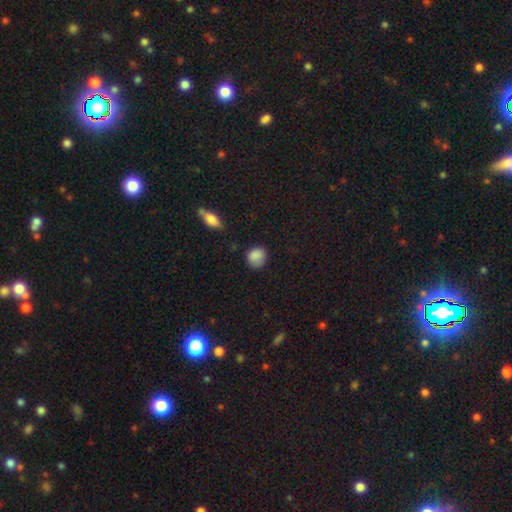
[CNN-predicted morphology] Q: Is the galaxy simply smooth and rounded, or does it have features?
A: smooth — 86%.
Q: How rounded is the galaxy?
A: round — 76%.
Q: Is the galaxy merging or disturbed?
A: none — 73%.